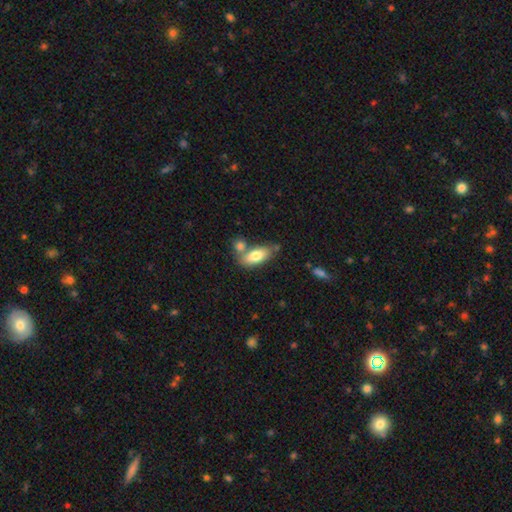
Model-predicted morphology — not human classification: smooth-or-featured: smooth: 76% | featured or disk: 18% | star or artifact: 6%
  how-rounded: in between: 84% | cigar-shaped: 13% | round: 3%
  merging: none: 49% | merger: 32% | minor disturbance: 14% | major disturbance: 5%